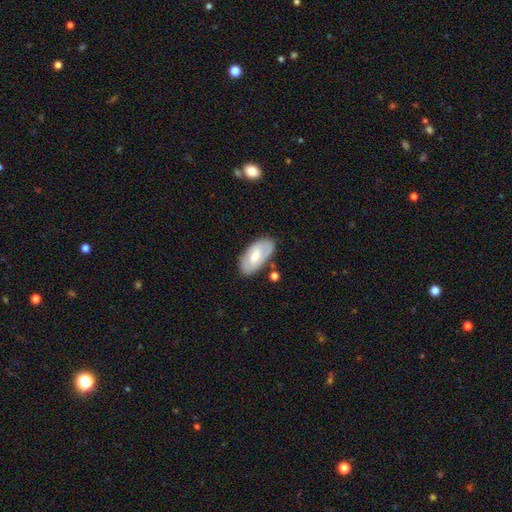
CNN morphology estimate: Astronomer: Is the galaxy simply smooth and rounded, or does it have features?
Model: smooth — 58% (runner-up: featured or disk, 36%).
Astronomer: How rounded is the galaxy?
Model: in between — 94%.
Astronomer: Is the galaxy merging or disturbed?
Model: none — 77%.